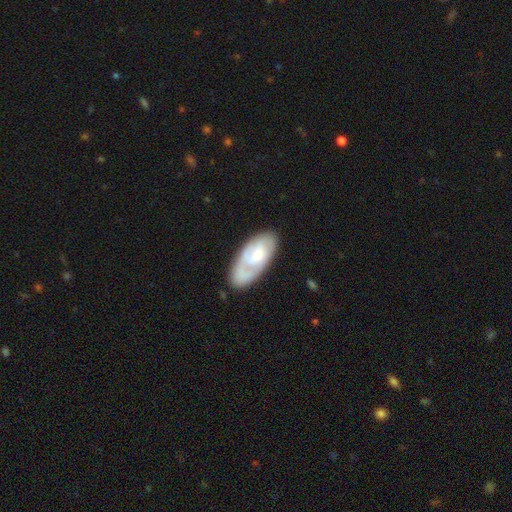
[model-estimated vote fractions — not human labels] A featured or disk galaxy (50%).

Vote fractions:
- Smooth or featured? featured or disk: 50% / smooth: 45% / star or artifact: 6%
- Merging? none: 65% / minor disturbance: 24% / major disturbance: 8% / merger: 4%